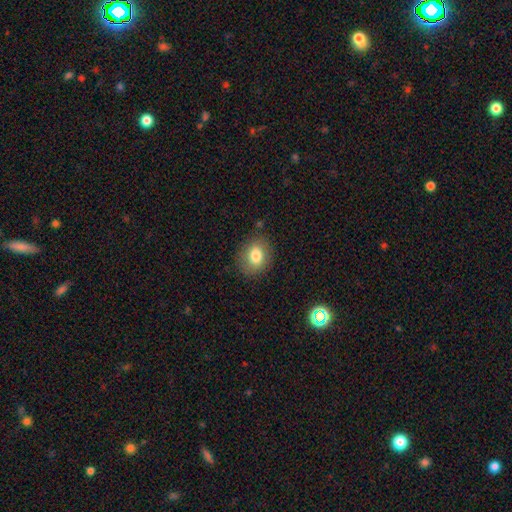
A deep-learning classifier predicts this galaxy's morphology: Smooth or featured? smooth (80%)
How rounded? in between (50%)
Merging? none (84%)